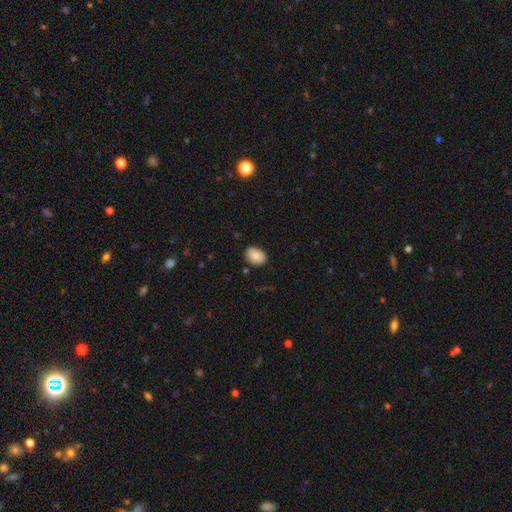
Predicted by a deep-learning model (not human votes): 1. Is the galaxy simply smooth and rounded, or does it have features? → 87% smooth, 7% star or artifact, 6% featured or disk.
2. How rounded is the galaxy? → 80% in between, 19% round, 1% cigar-shaped.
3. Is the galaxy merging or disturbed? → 82% none, 14% minor disturbance, 2% major disturbance, 2% merger.